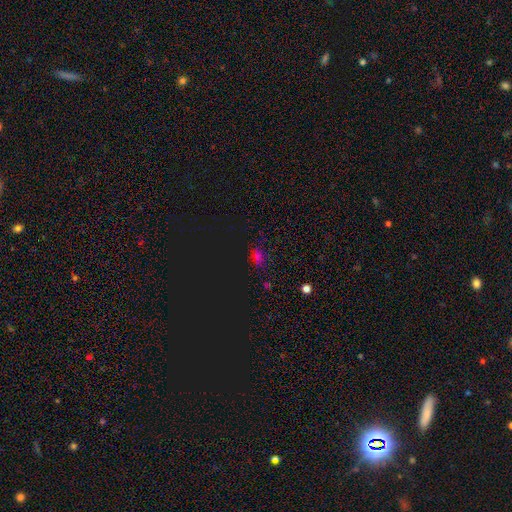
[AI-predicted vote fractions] A star or artifact, not a galaxy (52%).

Vote fractions:
- Smooth or featured? star or artifact: 52% / smooth: 41% / featured or disk: 7%